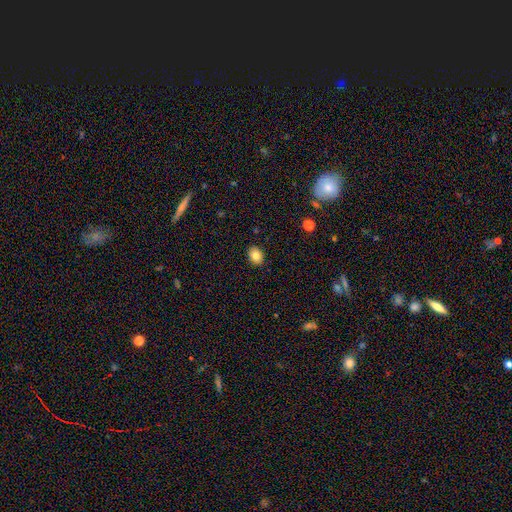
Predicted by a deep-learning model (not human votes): smooth 82%, star or artifact 10%, featured or disk 9%. Down the decision tree: how rounded — in between (53%); merging — none (89%).